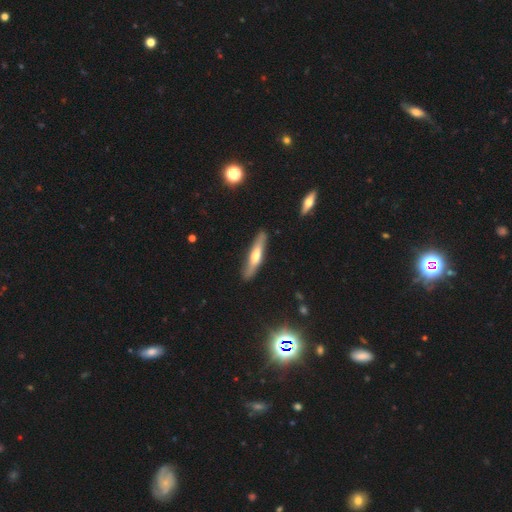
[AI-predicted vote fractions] This is possibly a featured or disk galaxy (49%). Merging: clearly none (87%).